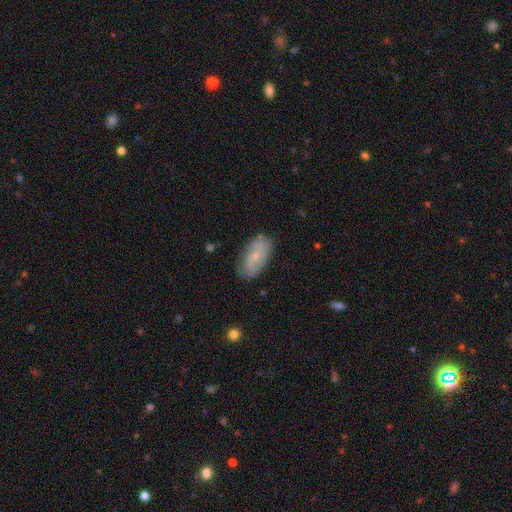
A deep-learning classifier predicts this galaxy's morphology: A smooth galaxy with no disk features (49%).

Vote fractions:
- Smooth or featured? smooth: 49% / featured or disk: 44% / star or artifact: 7%
- Merging? none: 74% / minor disturbance: 19% / major disturbance: 5% / merger: 2%